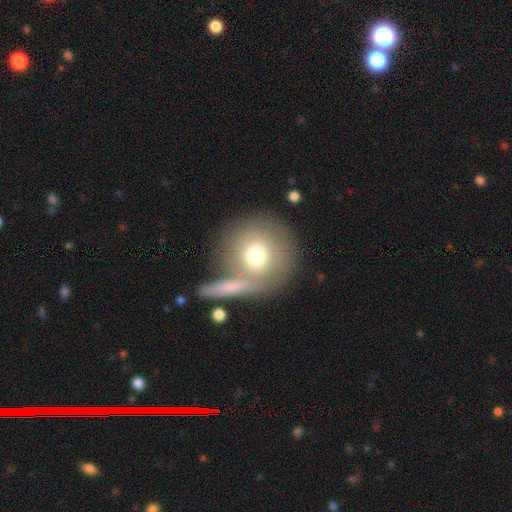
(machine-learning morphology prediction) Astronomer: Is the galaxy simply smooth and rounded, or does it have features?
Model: smooth — 70%.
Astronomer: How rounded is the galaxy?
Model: round — 92%.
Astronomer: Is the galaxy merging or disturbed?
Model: none — 64%.